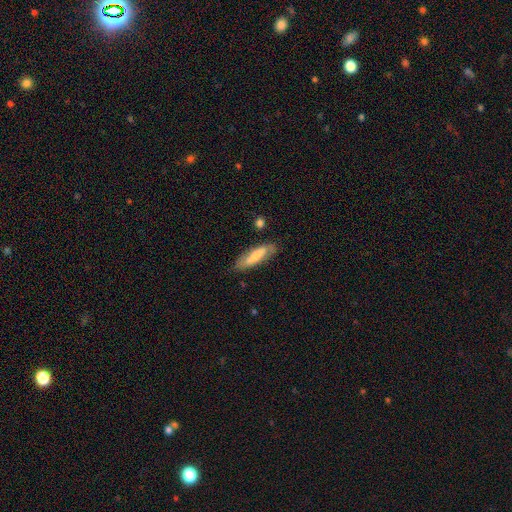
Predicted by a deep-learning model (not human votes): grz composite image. It shows a smooth galaxy with no disk features (61%) that is cigar-shaped (61%). Merging: none (74%).